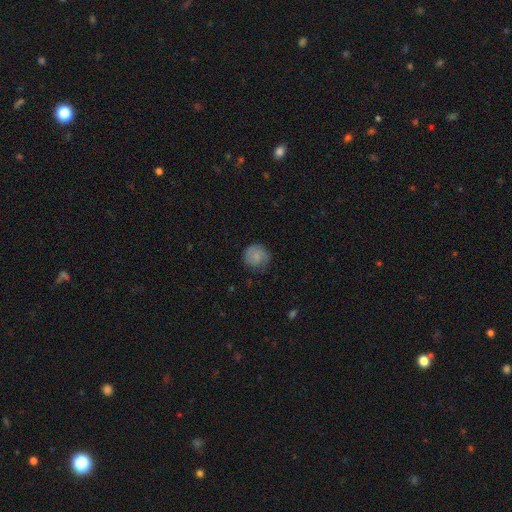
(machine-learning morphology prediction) Smooth or featured? Predicted: smooth (p=0.70). How rounded? Predicted: round (p=0.88). Merging? Predicted: none (p=0.72).